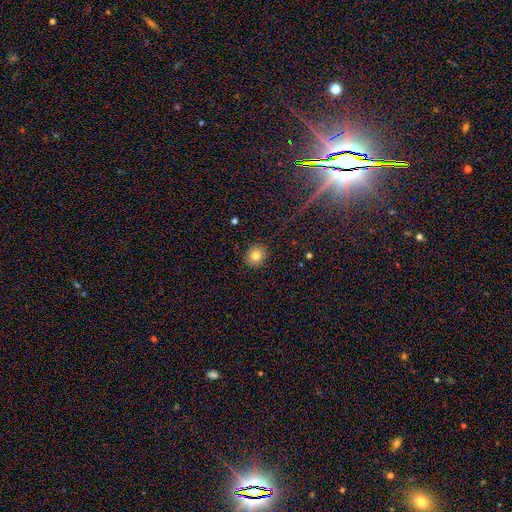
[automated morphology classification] Smooth or featured?
  - smooth: 80% *
  - star or artifact: 11%
  - featured or disk: 9%
How rounded?
  - round: 88% *
  - in between: 11%
  - cigar-shaped: 1%
Merging?
  - none: 90% *
  - minor disturbance: 6%
  - major disturbance: 2%
  - merger: 1%